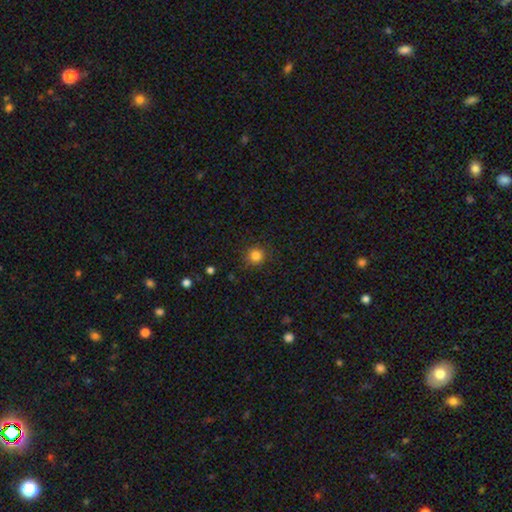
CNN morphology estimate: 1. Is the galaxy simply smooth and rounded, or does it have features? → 83% smooth, 12% star or artifact, 5% featured or disk.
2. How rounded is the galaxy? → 92% round, 7% in between, 1% cigar-shaped.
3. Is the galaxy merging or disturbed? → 88% none, 8% minor disturbance, 2% major disturbance, 1% merger.